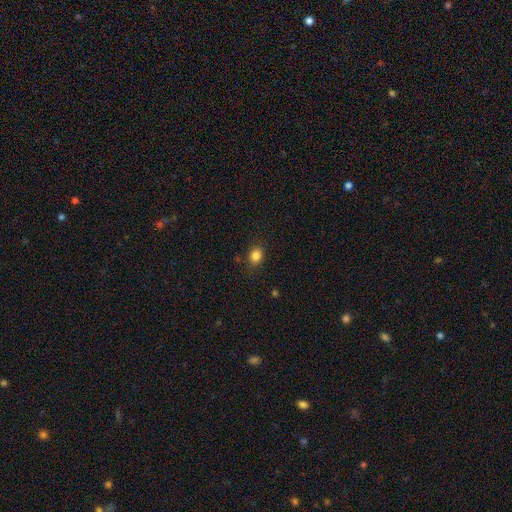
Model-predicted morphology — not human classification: Smooth or featured? Predicted: smooth (p=0.84). How rounded? Predicted: round (p=0.51). Merging? Predicted: none (p=0.85).